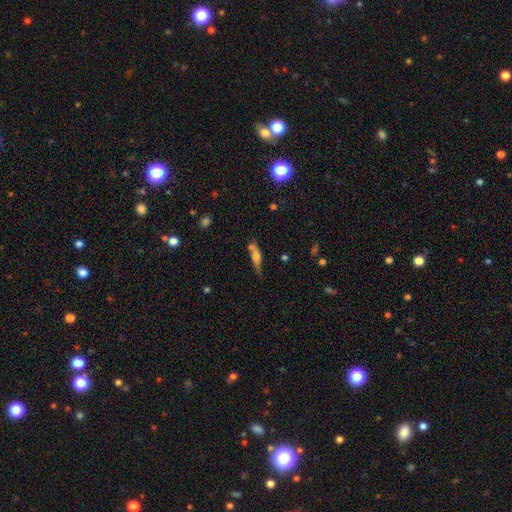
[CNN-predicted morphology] Smooth or featured? featured or disk (50%)
Merging? none (62%)